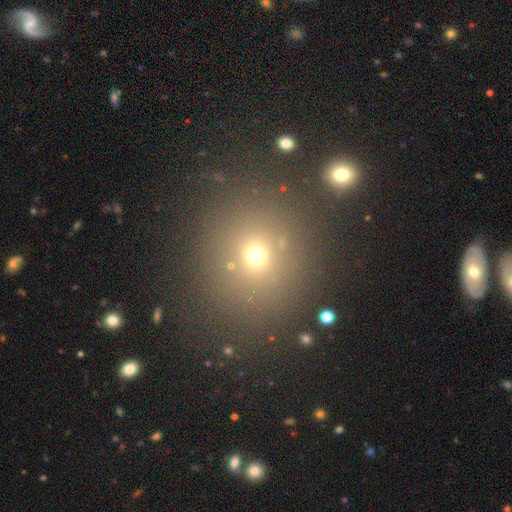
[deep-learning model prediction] This is likely a smooth galaxy (65%). How rounded: clearly round (85%). Merging: likely none (80%).